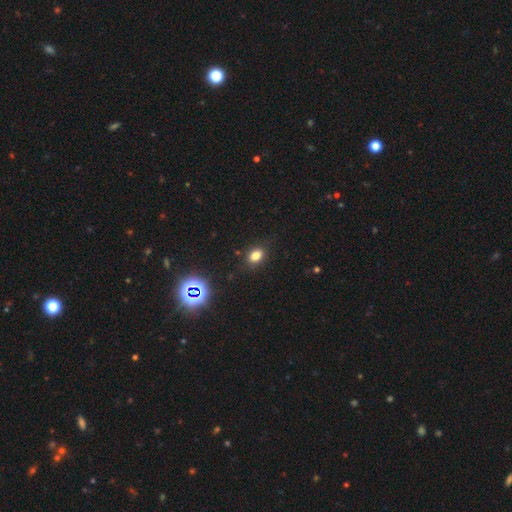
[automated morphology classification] smooth-or-featured: smooth: 78% | star or artifact: 16% | featured or disk: 6%
  how-rounded: in between: 67% | round: 31% | cigar-shaped: 1%
  merging: none: 85% | minor disturbance: 10% | major disturbance: 3% | merger: 2%